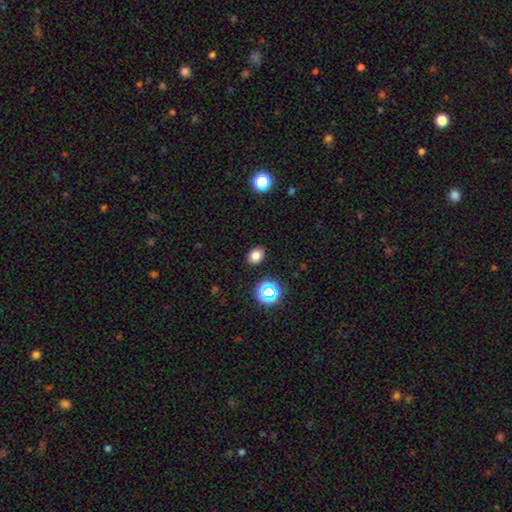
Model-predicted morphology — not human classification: A smooth galaxy with no disk features (79%) that is in between round and cigar-shaped (64%). Merging: none (88%).